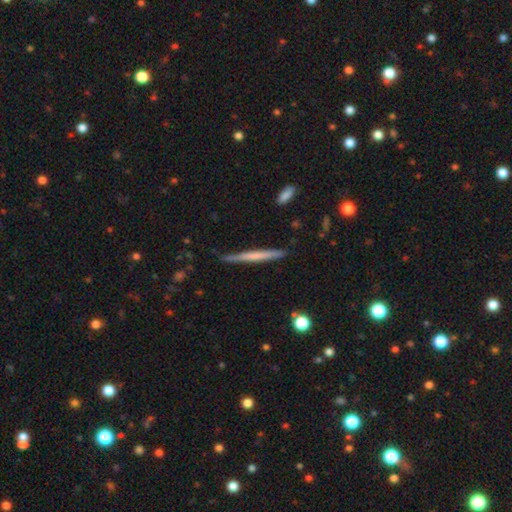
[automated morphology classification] smooth 50%, featured or disk 45%, star or artifact 6%. Down the decision tree: merging — none (83%).